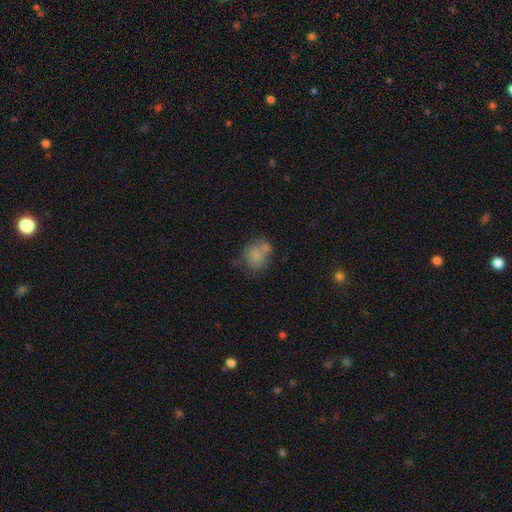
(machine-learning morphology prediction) type=smooth (74%); roundness=round (70%); merging=none (44%).